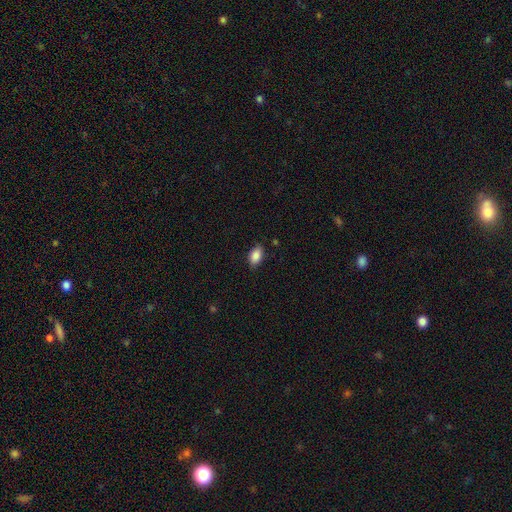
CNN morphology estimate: A smooth galaxy with no disk features (88%) that is in between round and cigar-shaped (90%). Merging: none (83%).